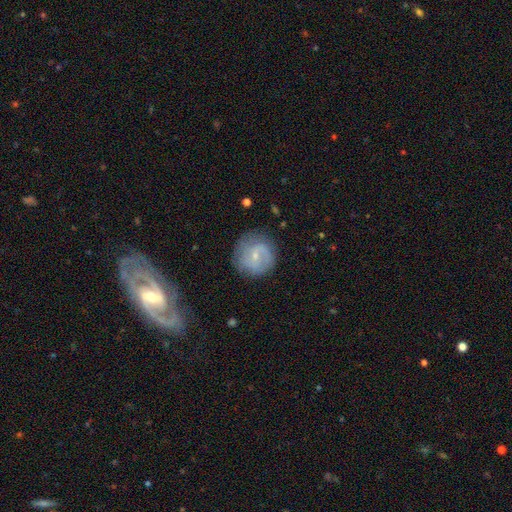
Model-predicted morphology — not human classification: Smooth or featured? Predicted: featured or disk (p=0.63). Edge-on disk? Predicted: no (p=0.97). Bar? Predicted: weak (p=0.52). Spiral arms? Predicted: yes (p=0.84). Spiral winding? Predicted: medium (p=0.42). Spiral arm count? Predicted: 2 (p=0.61). Bulge size? Predicted: small (p=0.72). Merging? Predicted: none (p=0.76).